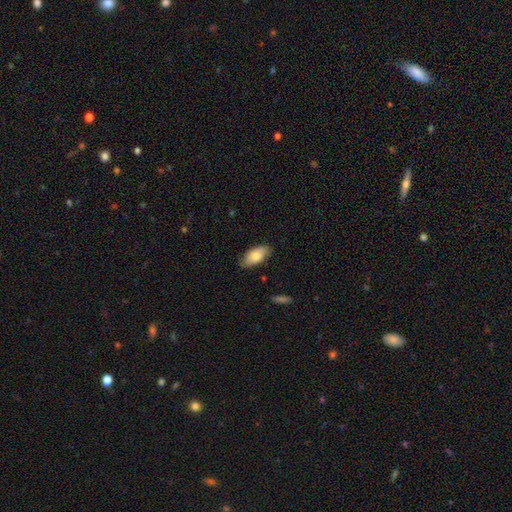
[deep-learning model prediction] Q: Smooth or featured?
A: smooth (74%); runner-up: featured or disk (19%)
Q: How rounded?
A: in between (91%); runner-up: cigar-shaped (6%)
Q: Merging?
A: none (80%); runner-up: minor disturbance (17%)